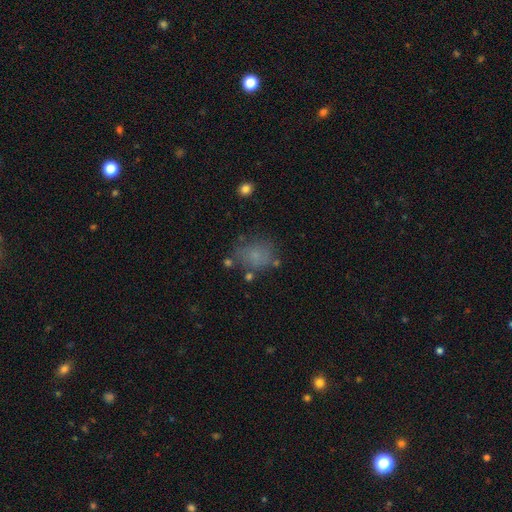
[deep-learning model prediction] The model was most divided on "how rounded": round: 57%, in between: 42%, cigar-shaped: 1%. More confident: smooth or featured — smooth (69%); merging — none (61%).